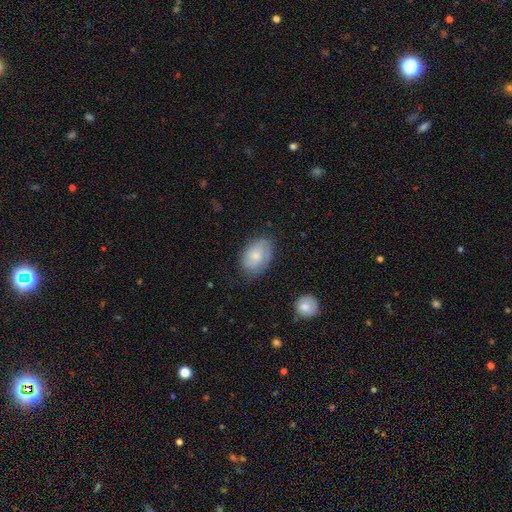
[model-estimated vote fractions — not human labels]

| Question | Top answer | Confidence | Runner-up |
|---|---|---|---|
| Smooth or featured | smooth | 73% | featured or disk (20%) |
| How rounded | in between | 84% | round (15%) |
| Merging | none | 69% | minor disturbance (24%) |